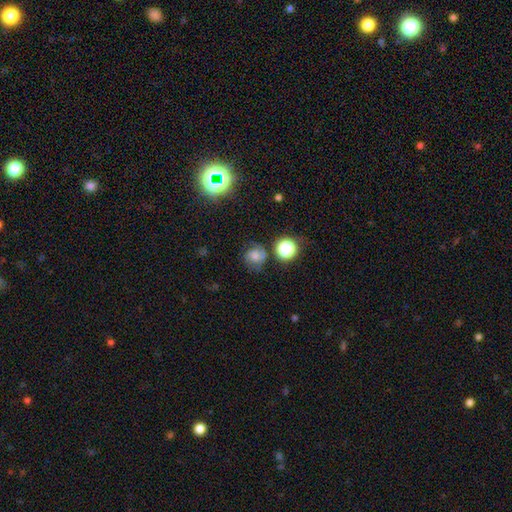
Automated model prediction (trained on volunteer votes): smooth-or-featured: smooth: 48% | featured or disk: 34% | star or artifact: 18%
  merging: none: 61% | minor disturbance: 21% | major disturbance: 11% | merger: 6%